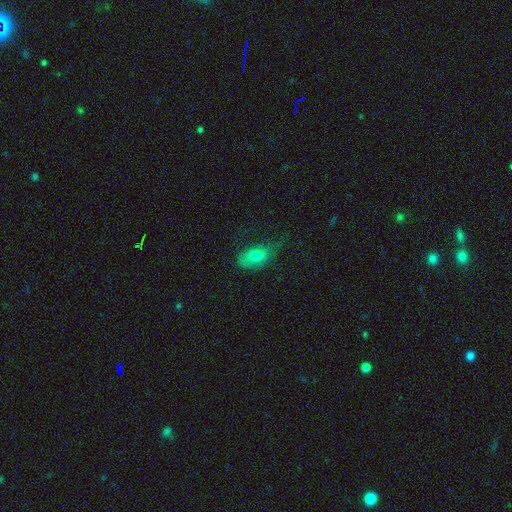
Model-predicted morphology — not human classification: Smooth or featured? Predicted: smooth (p=0.75). How rounded? Predicted: in between (p=0.89). Merging? Predicted: none (p=0.47).